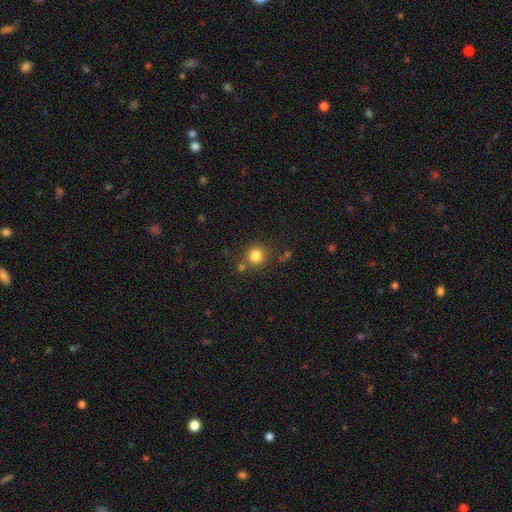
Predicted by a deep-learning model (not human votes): smooth-or-featured: smooth: 82% | star or artifact: 12% | featured or disk: 6%
  how-rounded: round: 91% | in between: 8% | cigar-shaped: 1%
  merging: none: 77% | minor disturbance: 10% | merger: 9% | major disturbance: 3%